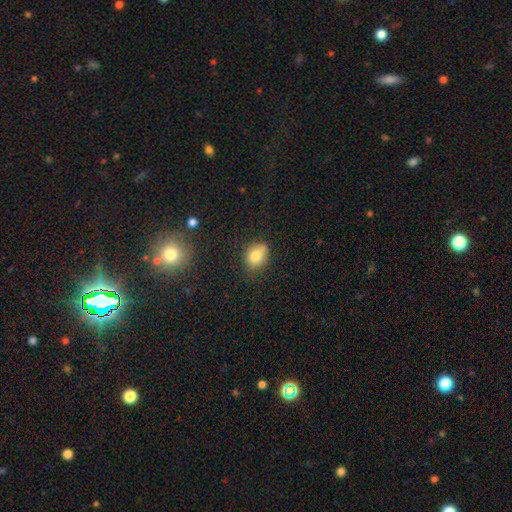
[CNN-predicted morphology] Overall: smooth (76%). How rounded: round (50%; in between 49%). Merging: none (67%).